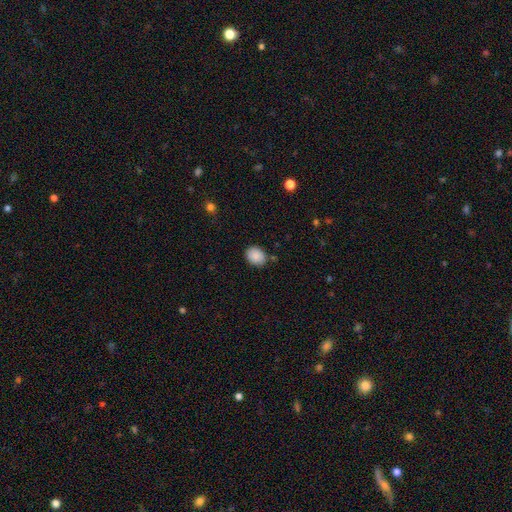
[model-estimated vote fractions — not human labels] Smooth or featured?
  - smooth: 89% *
  - star or artifact: 8%
  - featured or disk: 3%
How rounded?
  - round: 52% *
  - in between: 47%
  - cigar-shaped: 1%
Merging?
  - none: 82% *
  - minor disturbance: 12%
  - major disturbance: 3%
  - merger: 3%